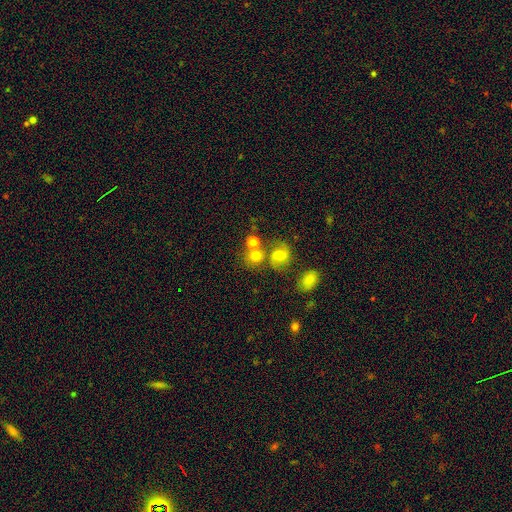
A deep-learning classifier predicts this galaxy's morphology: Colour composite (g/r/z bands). It shows a smooth galaxy with no disk features (69%) that is round (78%). Merging: none (53%).